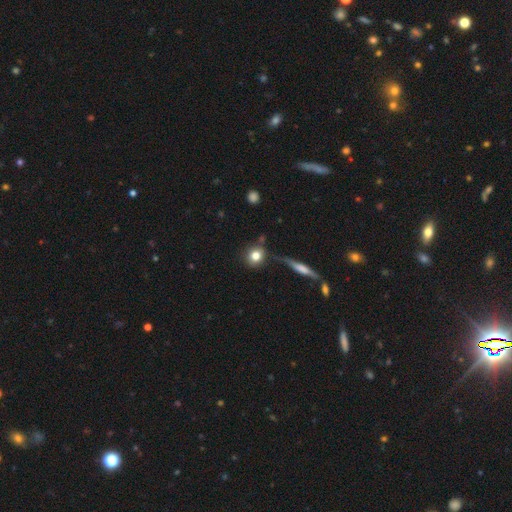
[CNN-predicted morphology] This appears to be a smooth galaxy with no disk features (79%) that is round (82%). Merging: none (75%).